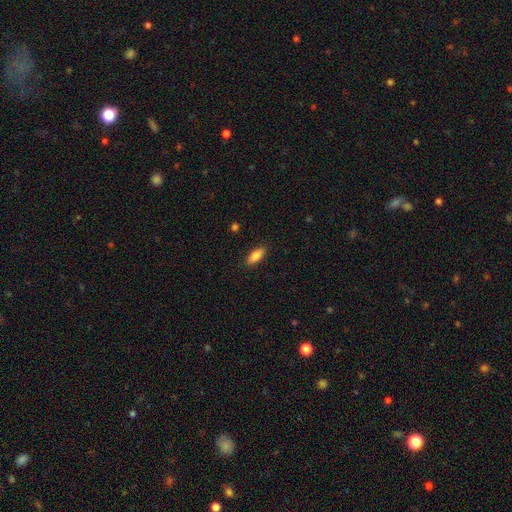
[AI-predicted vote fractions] smooth_or_featured: smooth (p=0.85) [alt: featured or disk p=0.08]
how_rounded: in between (p=0.76) [alt: cigar-shaped p=0.22]
merging: none (p=0.88) [alt: minor disturbance p=0.09]